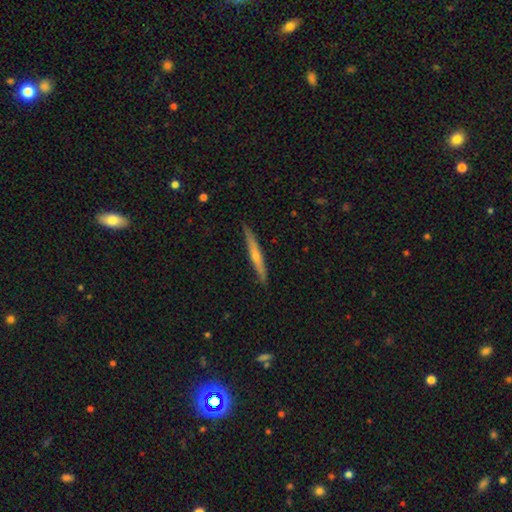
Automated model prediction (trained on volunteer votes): This is possibly a featured or disk galaxy (58%). It is clearly viewed edge-on (97%). Edge-on bulge: likely rounded (63%). Merging: clearly none (89%).